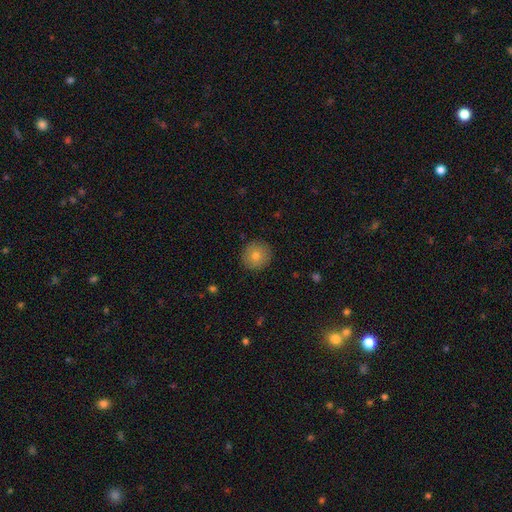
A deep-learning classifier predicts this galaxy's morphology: type=smooth (76%); roundness=round (93%); merging=none (91%).